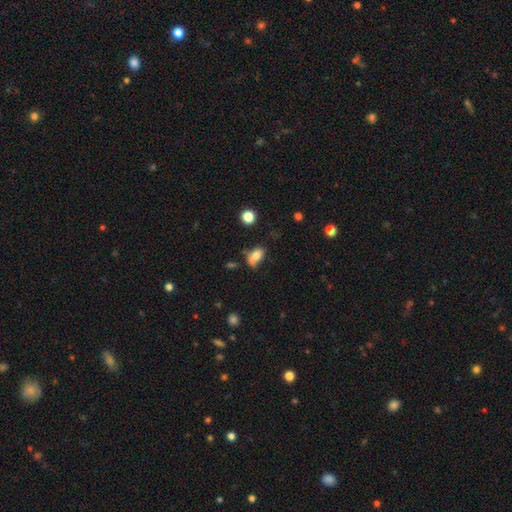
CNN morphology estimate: Q: Smooth or featured?
A: smooth (76%); runner-up: featured or disk (14%)
Q: How rounded?
A: in between (84%); runner-up: round (13%)
Q: Merging?
A: none (40%); runner-up: minor disturbance (33%)